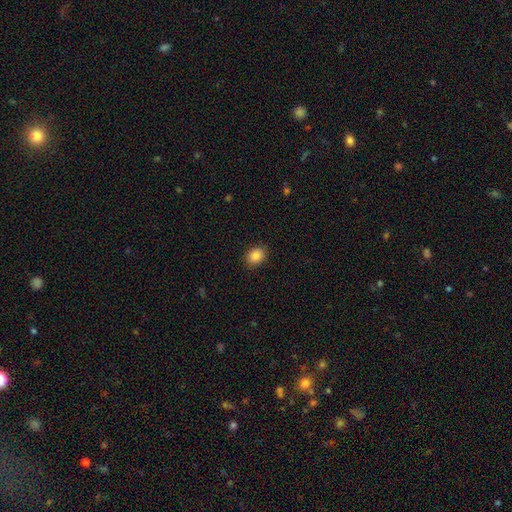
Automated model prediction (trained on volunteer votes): A smooth galaxy with no disk features (87%) that is in between round and cigar-shaped (53%).

Vote fractions:
- Smooth or featured? smooth: 87% / star or artifact: 9% / featured or disk: 4%
- How rounded? in between: 53% / round: 46% / cigar-shaped: 1%
- Merging? none: 88% / minor disturbance: 9% / major disturbance: 2% / merger: 1%